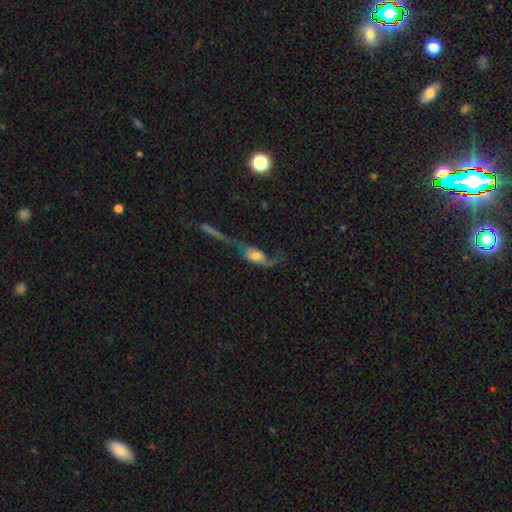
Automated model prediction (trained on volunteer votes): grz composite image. It shows a featured or disk galaxy (59%). Merging: major disturbance (34%).